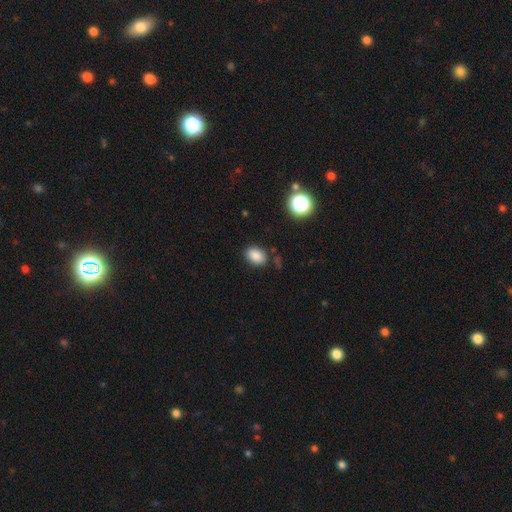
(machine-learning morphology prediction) A smooth galaxy with no disk features (86%) that is in between round and cigar-shaped (80%). Merging: none (82%).